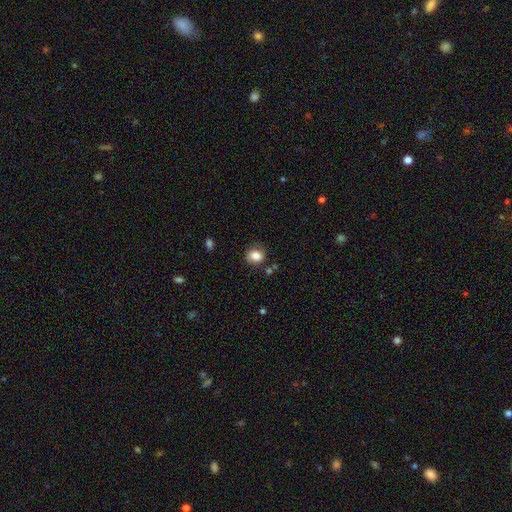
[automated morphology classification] type=smooth (84%); roundness=round (63%); merging=none (78%).